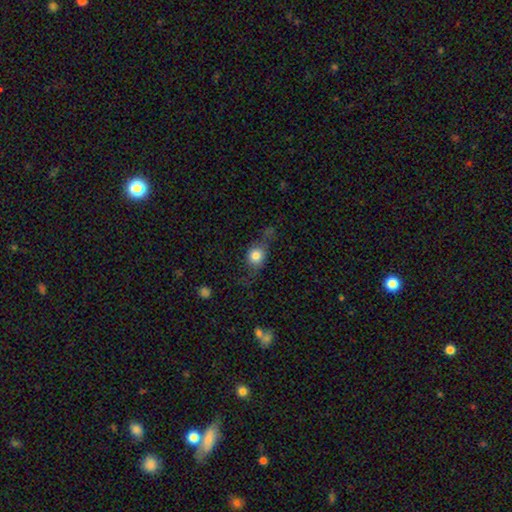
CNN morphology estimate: Smooth or featured? Predicted: smooth (p=0.69). How rounded? Predicted: round (p=0.68). Merging? Predicted: none (p=0.50).